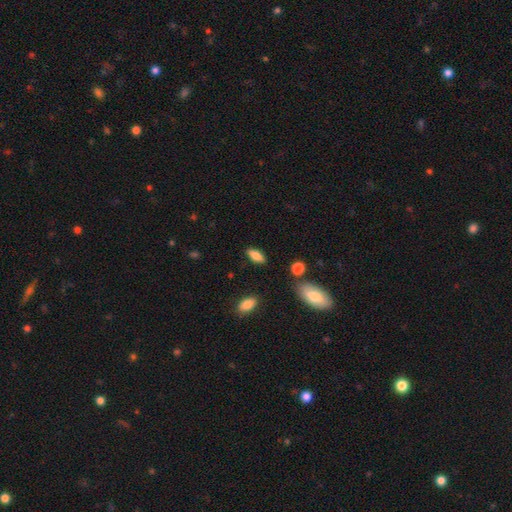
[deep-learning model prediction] The model was most divided on "smooth or featured": smooth: 78%, featured or disk: 14%, star or artifact: 7%. More confident: merging — none (84%); how rounded — in between (82%).